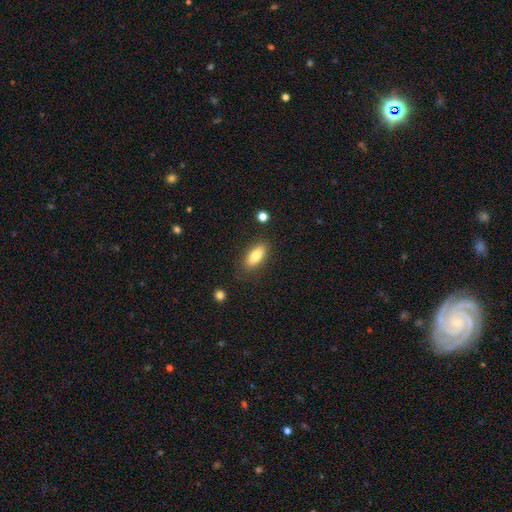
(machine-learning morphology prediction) This is clearly a smooth galaxy (81%). How rounded: clearly in between (80%). Merging: clearly none (81%).